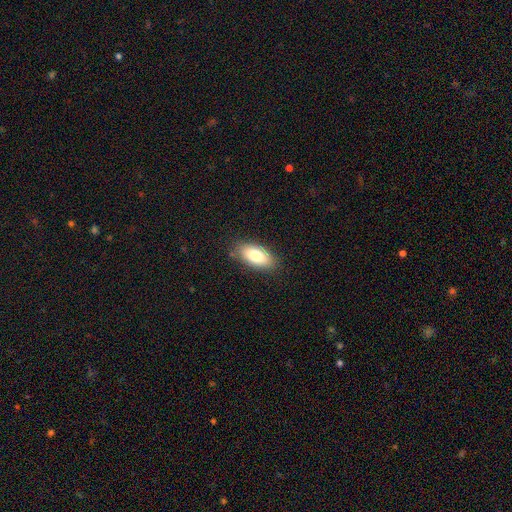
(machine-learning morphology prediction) smooth 82%, featured or disk 11%, star or artifact 7%. Down the decision tree: how rounded — in between (91%); merging — none (83%).